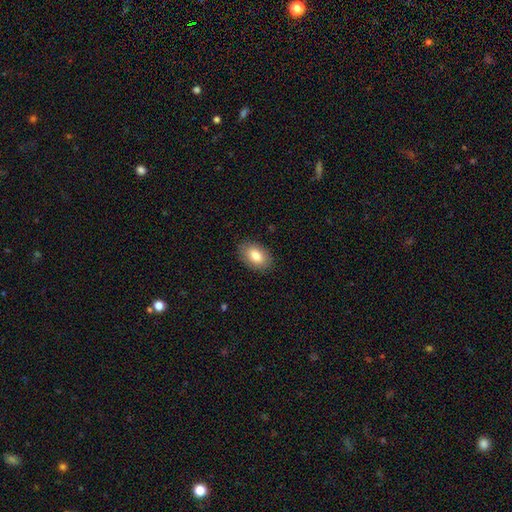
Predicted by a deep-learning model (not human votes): Morphology: type=smooth (82%); roundness=in between (91%); merging=none (87%).